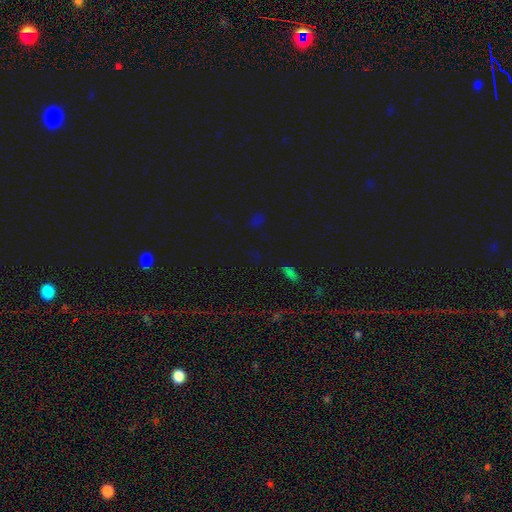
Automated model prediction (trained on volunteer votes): Smooth or featured? star or artifact (64%)